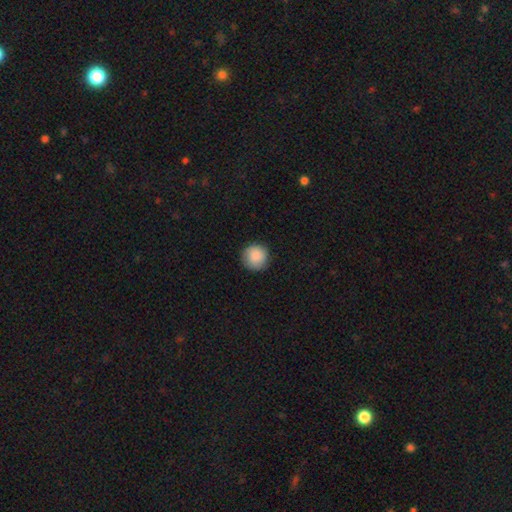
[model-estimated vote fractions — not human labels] This is clearly a smooth galaxy (88%). How rounded: clearly round (95%). Merging: clearly none (88%).